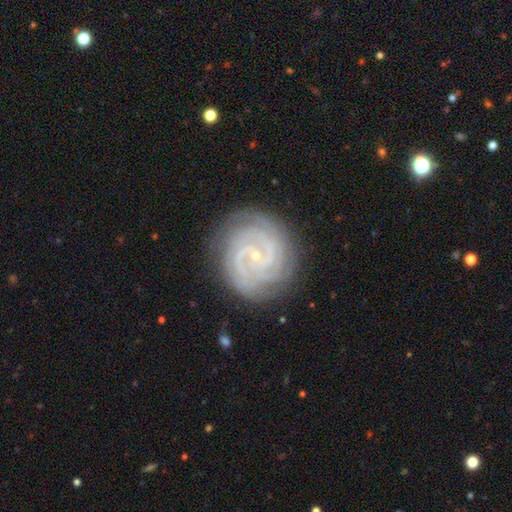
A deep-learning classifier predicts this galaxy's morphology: featured or disk 89%, star or artifact 6%, smooth 5%. Down the decision tree: edge-on disk — no (98%); bar — no (55%); spiral arms — yes (98%); spiral arm count — 2 (36%); spiral winding — tight (78%); bulge size — small (87%); merging — none (84%).